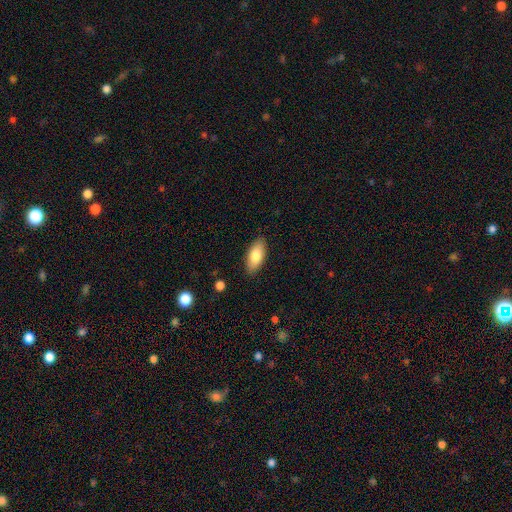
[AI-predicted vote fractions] smooth 81%, featured or disk 13%, star or artifact 6%. Down the decision tree: how rounded — in between (88%); merging — none (87%).